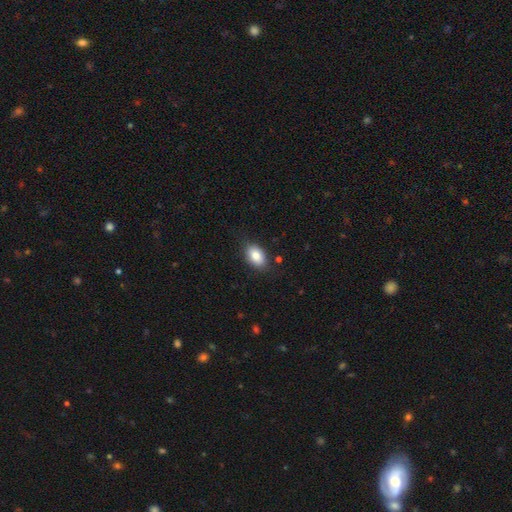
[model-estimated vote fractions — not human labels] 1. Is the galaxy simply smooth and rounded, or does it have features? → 83% smooth, 10% featured or disk, 8% star or artifact.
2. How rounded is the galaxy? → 89% in between, 9% round, 2% cigar-shaped.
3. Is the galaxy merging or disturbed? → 83% none, 12% minor disturbance, 3% major disturbance, 2% merger.